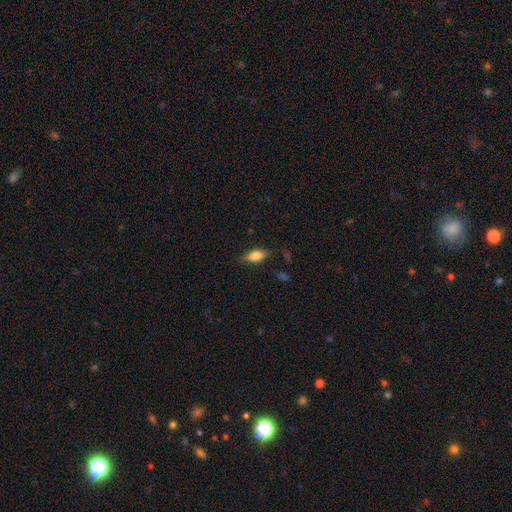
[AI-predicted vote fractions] Smooth or featured?
  - smooth: 76% *
  - featured or disk: 17%
  - star or artifact: 8%
How rounded?
  - in between: 82% *
  - cigar-shaped: 14%
  - round: 4%
Merging?
  - none: 80% *
  - minor disturbance: 15%
  - major disturbance: 4%
  - merger: 1%